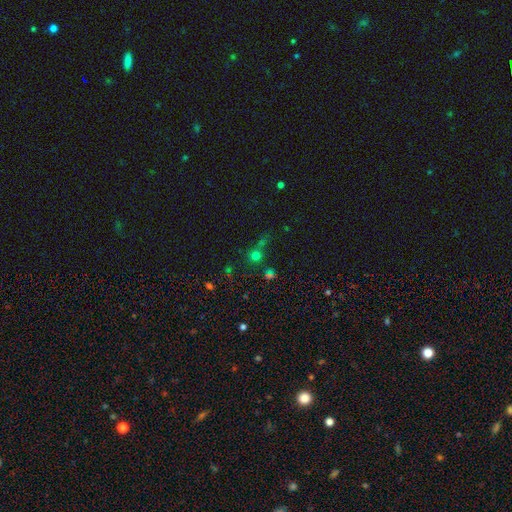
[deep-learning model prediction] The model was most divided on "smooth or featured": smooth: 59%, star or artifact: 33%, featured or disk: 8%. More confident: how rounded — round (91%); merging — none (64%).